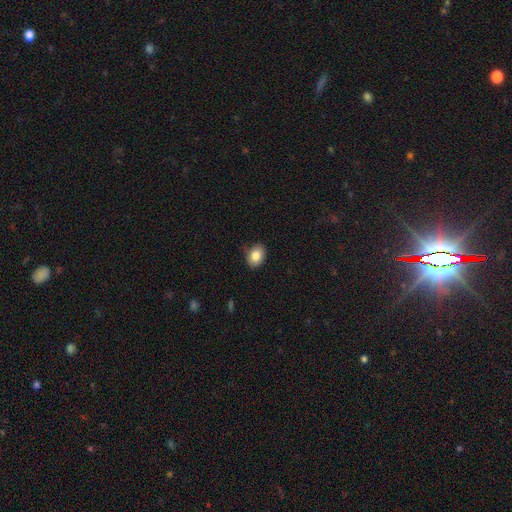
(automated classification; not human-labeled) Smooth or featured? Predicted: smooth (p=0.84). How rounded? Predicted: in between (p=0.71). Merging? Predicted: none (p=0.81).